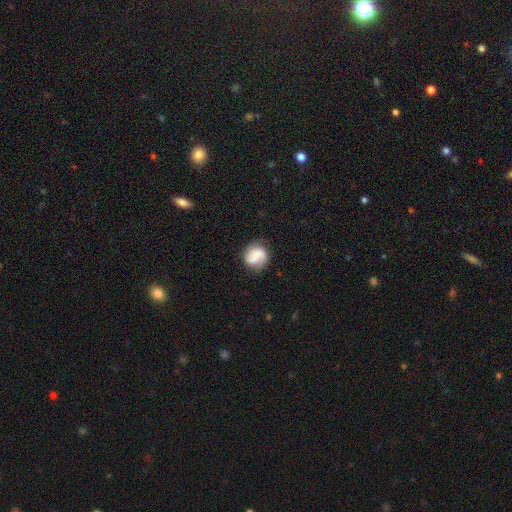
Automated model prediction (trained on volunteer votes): Overall: smooth (47%; featured or disk 45%). Merging: none (68%).